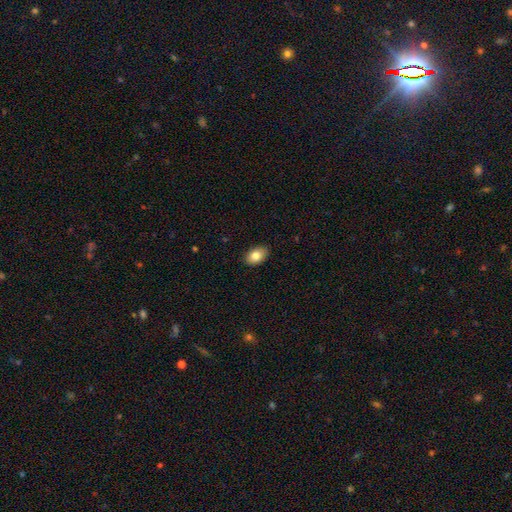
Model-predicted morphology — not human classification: Smooth or featured?
  - smooth: 84% *
  - featured or disk: 8%
  - star or artifact: 8%
How rounded?
  - in between: 87% *
  - round: 12%
  - cigar-shaped: 1%
Merging?
  - none: 89% *
  - minor disturbance: 9%
  - major disturbance: 2%
  - merger: 1%